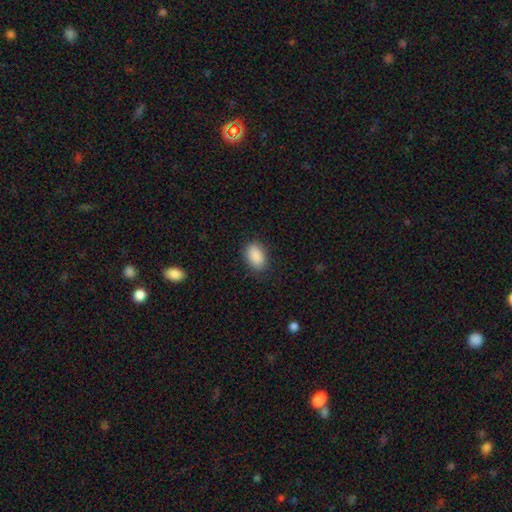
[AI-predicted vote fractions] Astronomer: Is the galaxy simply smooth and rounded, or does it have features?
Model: smooth — 90%.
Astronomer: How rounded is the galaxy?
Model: in between — 89%.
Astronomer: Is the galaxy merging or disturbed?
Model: none — 84%.